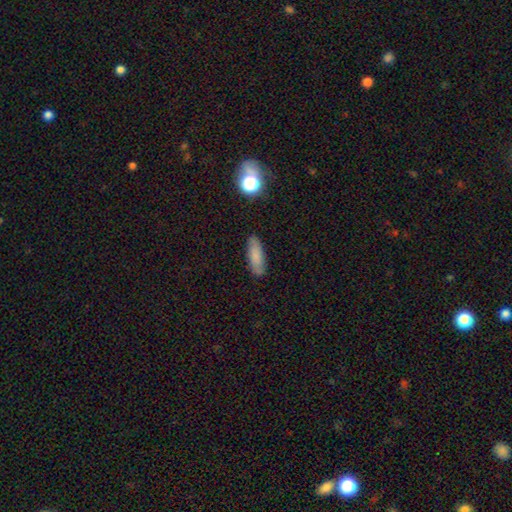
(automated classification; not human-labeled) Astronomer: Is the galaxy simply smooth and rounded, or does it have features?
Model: smooth — 81%.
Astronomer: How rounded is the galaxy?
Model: in between — 50% (runner-up: cigar-shaped, 47%).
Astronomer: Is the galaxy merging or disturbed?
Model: none — 85%.